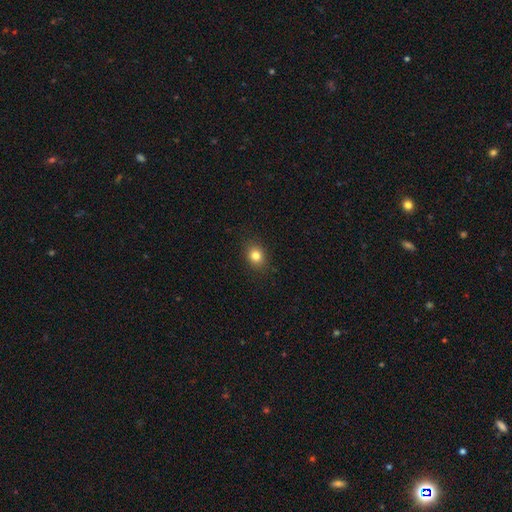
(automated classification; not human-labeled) This is clearly a smooth galaxy (82%). How rounded: possibly round (57%). Merging: clearly none (89%).